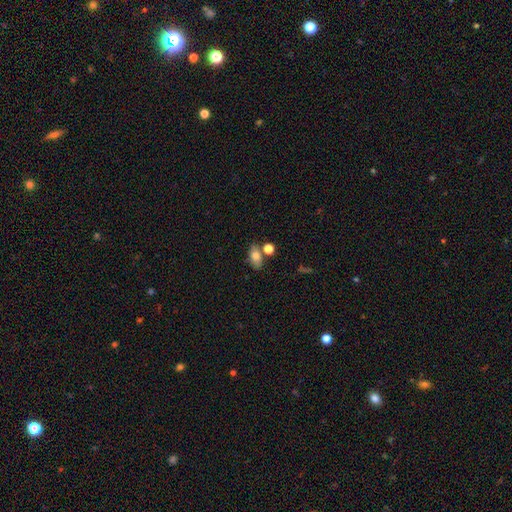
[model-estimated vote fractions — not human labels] This is likely a smooth galaxy (77%). How rounded: clearly in between (83%). Merging: likely none (63%).